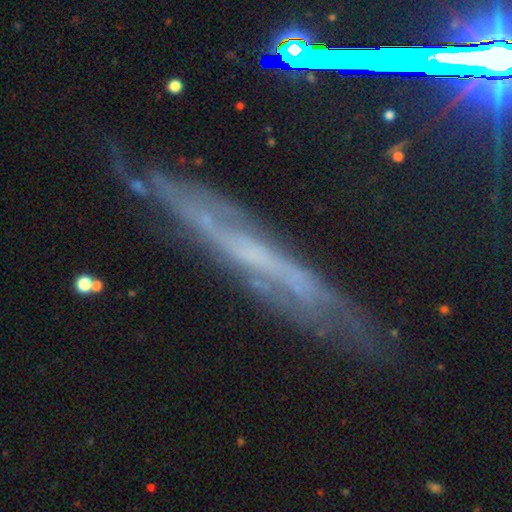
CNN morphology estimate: A featured or disk galaxy (68%) viewed edge-on (74%). Merging: none (73%).